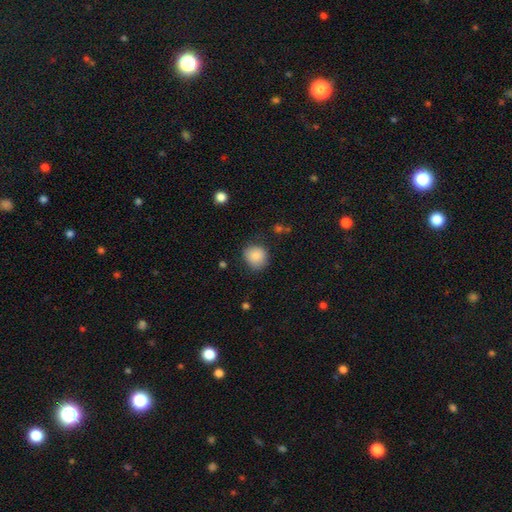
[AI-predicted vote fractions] Morphology: type=smooth (86%); roundness=round (80%); merging=none (77%).